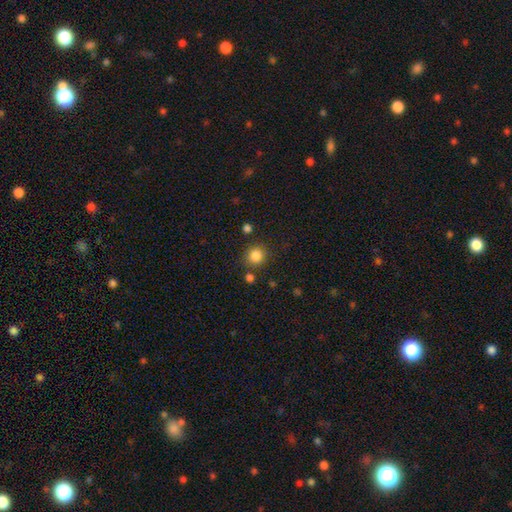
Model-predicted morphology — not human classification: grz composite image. It shows a smooth galaxy with no disk features (85%) that is round (92%). Merging: none (82%).